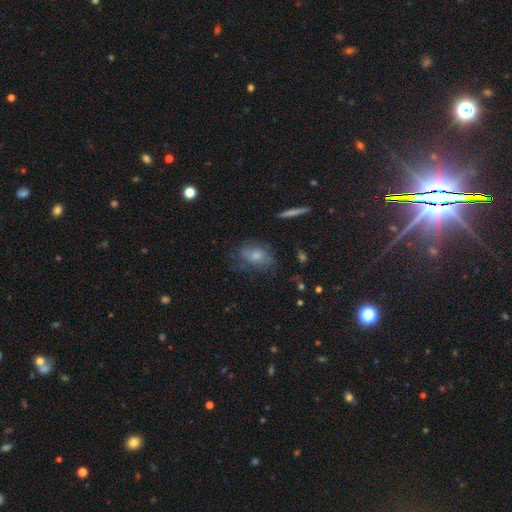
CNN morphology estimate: Smooth or featured? smooth (63%)
How rounded? in between (75%)
Merging? none (55%)